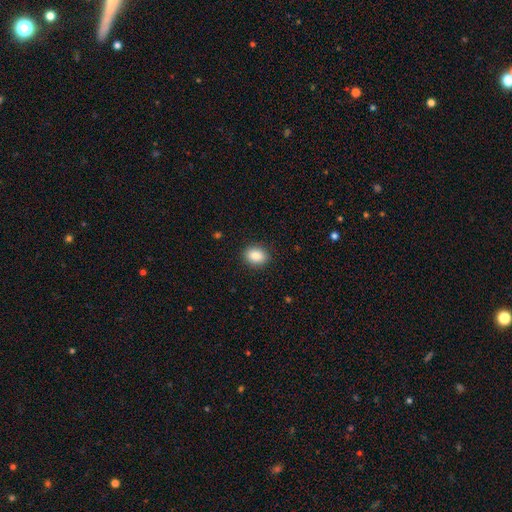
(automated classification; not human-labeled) Q: Smooth or featured?
A: smooth (88%); runner-up: star or artifact (8%)
Q: How rounded?
A: in between (60%); runner-up: round (39%)
Q: Merging?
A: none (89%); runner-up: minor disturbance (8%)